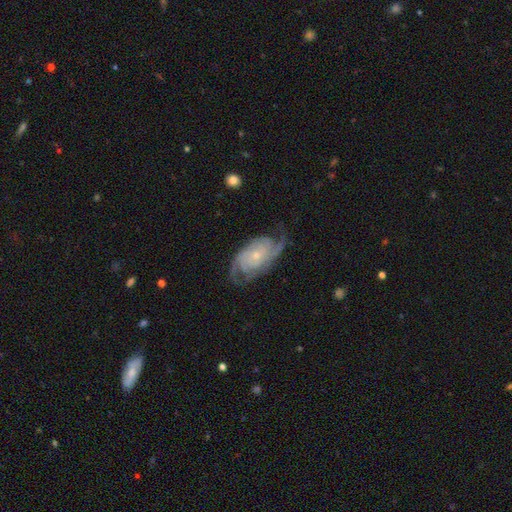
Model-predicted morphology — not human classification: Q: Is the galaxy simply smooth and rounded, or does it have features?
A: featured or disk — 88%.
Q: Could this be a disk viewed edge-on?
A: no — 97%.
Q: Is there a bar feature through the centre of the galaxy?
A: no — 73%.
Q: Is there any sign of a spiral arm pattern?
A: yes — 97%.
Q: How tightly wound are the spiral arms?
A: tight — 54%.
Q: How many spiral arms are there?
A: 2 — 41%.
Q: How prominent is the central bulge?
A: small — 72%.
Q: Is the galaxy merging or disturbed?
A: none — 70%.